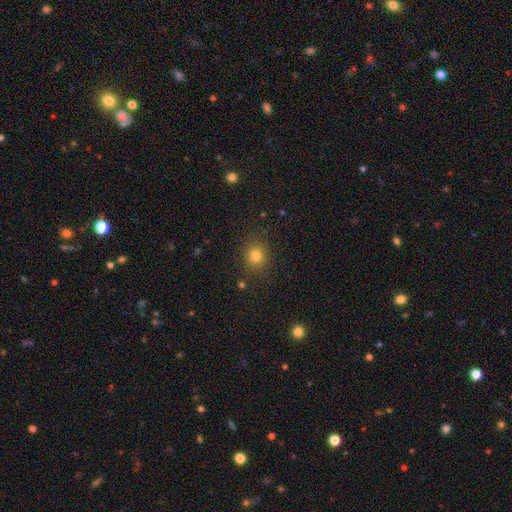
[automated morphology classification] type=smooth (79%); roundness=round (81%); merging=none (86%).